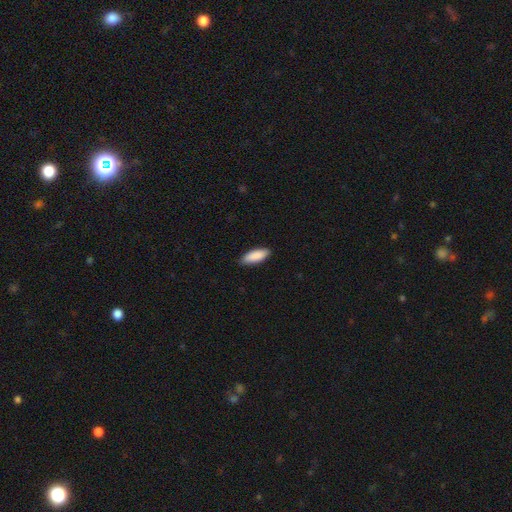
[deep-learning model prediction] This appears to be a smooth galaxy with no disk features (89%) that is in between round and cigar-shaped (70%). Merging: none (88%).